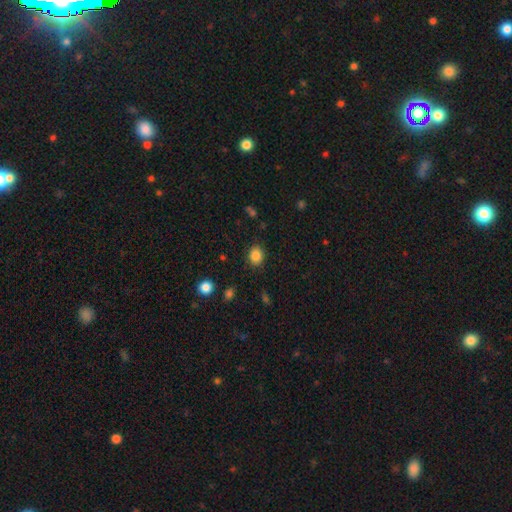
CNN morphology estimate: This is clearly a smooth galaxy (85%). How rounded: likely round (62%). Merging: clearly none (87%).